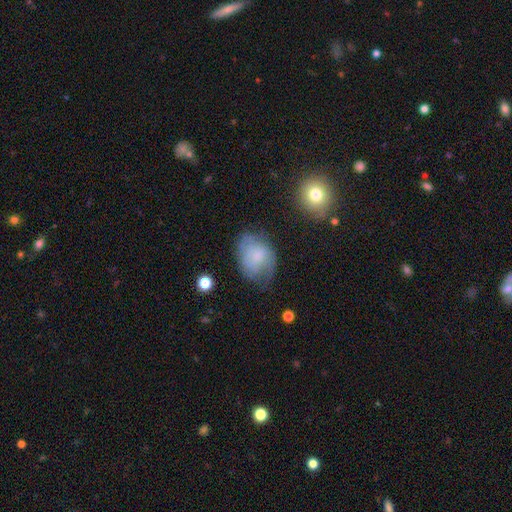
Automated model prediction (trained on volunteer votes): Smooth or featured? Predicted: smooth (p=0.55). How rounded? Predicted: in between (p=0.69). Merging? Predicted: none (p=0.53).